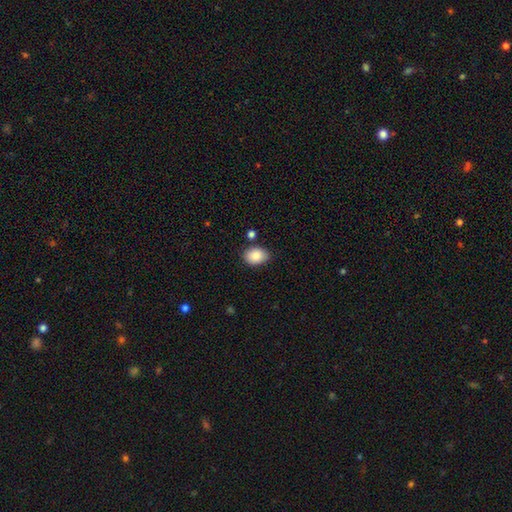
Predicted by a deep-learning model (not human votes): smooth 87%, star or artifact 8%, featured or disk 5%. Down the decision tree: how rounded — in between (69%); merging — none (80%).